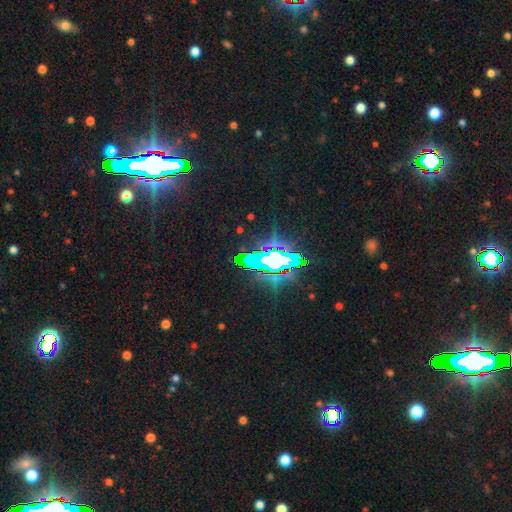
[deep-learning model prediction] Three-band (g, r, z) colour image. It shows a star or artifact, not a galaxy (79%).